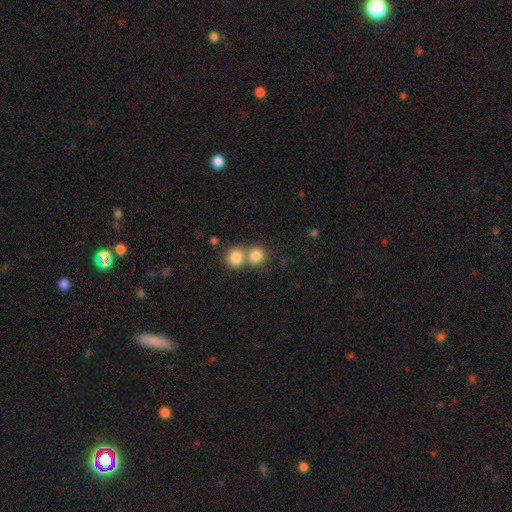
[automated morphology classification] smooth 83%, star or artifact 10%, featured or disk 8%. Down the decision tree: how rounded — round (86%); merging — merger (49%).